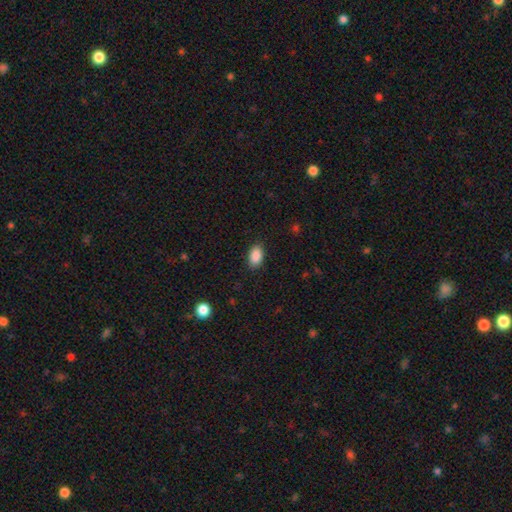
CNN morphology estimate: Smooth or featured: smooth — 89% (star or artifact — 8%)
How rounded: in between — 92% (round — 7%)
Merging: none — 88% (minor disturbance — 9%)